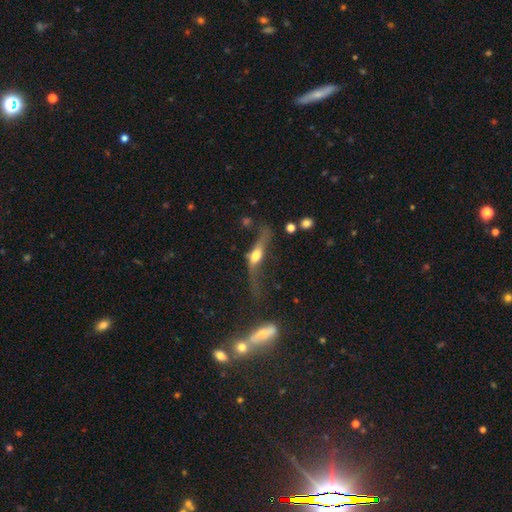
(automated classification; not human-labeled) Smooth or featured? Predicted: featured or disk (p=0.58). Edge-on disk? Predicted: yes (p=0.62). Merging? Predicted: major disturbance (p=0.38).